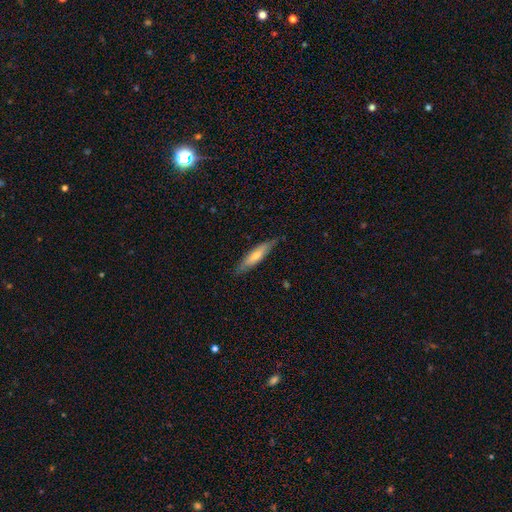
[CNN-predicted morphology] Smooth or featured?
  - smooth: 54% *
  - featured or disk: 40%
  - star or artifact: 6%
How rounded?
  - cigar-shaped: 81% *
  - in between: 18%
  - round: 2%
Merging?
  - none: 81% *
  - minor disturbance: 15%
  - major disturbance: 2%
  - merger: 1%